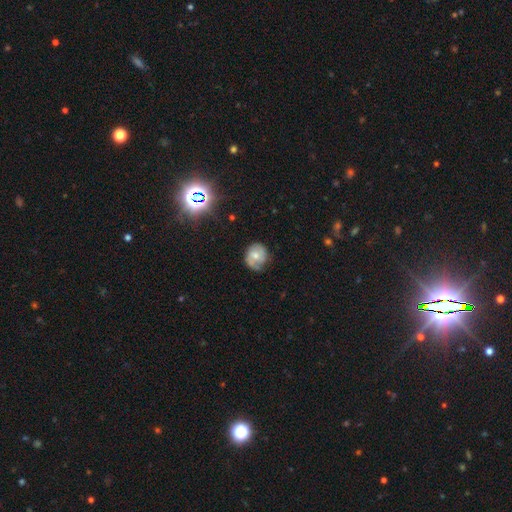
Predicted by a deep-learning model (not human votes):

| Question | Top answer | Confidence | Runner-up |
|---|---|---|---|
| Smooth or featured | featured or disk | 57% | smooth (33%) |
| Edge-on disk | no | 97% | yes (3%) |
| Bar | no | 68% | weak (27%) |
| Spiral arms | yes | 84% | no (16%) |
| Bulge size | moderate | 54% | small (40%) |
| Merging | none | 64% | minor disturbance (26%) |